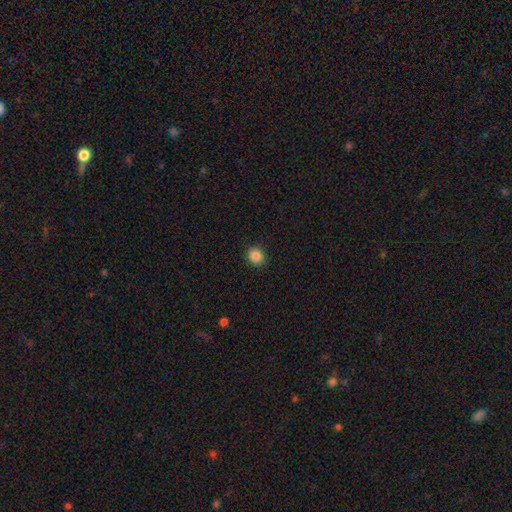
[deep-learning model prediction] Smooth or featured?
  - smooth: 87% *
  - star or artifact: 10%
  - featured or disk: 3%
How rounded?
  - round: 79% *
  - in between: 20%
  - cigar-shaped: 1%
Merging?
  - none: 91% *
  - minor disturbance: 6%
  - major disturbance: 2%
  - merger: 1%